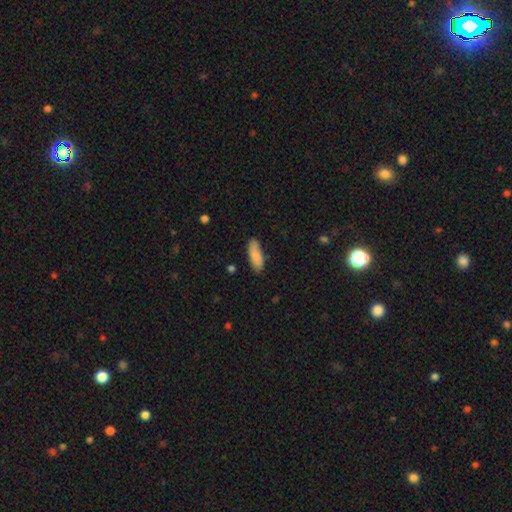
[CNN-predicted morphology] Smooth or featured? smooth (86%)
How rounded? in between (68%)
Merging? none (77%)